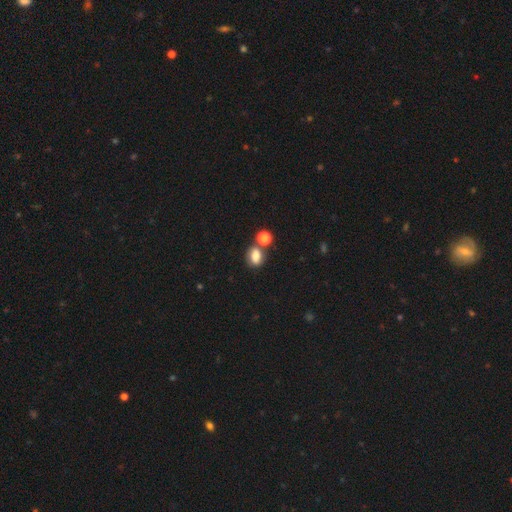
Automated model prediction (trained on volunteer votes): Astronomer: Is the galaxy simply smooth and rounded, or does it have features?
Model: smooth — 77%.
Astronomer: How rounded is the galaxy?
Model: in between — 64%.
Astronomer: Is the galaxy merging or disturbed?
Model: none — 58%.